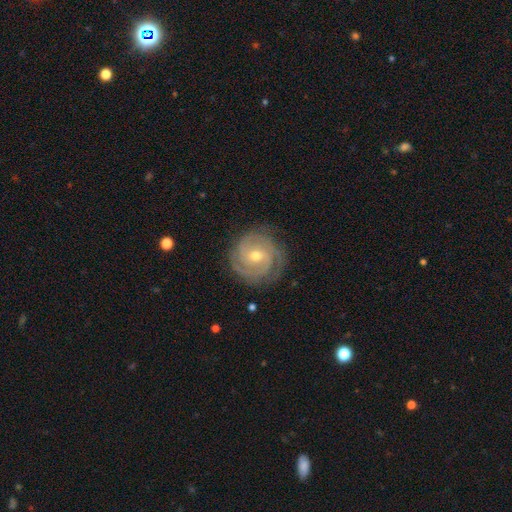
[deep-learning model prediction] This is clearly a featured or disk galaxy (88%). It is clearly not viewed edge-on (98%). Bar: possibly no (55%). Spiral arm pattern: clearly yes (98%). Spiral arm count: marginally 3 (44%). Spiral winding: likely tight (74%). Central bulge: possibly moderate (52%). Merging: clearly none (83%).